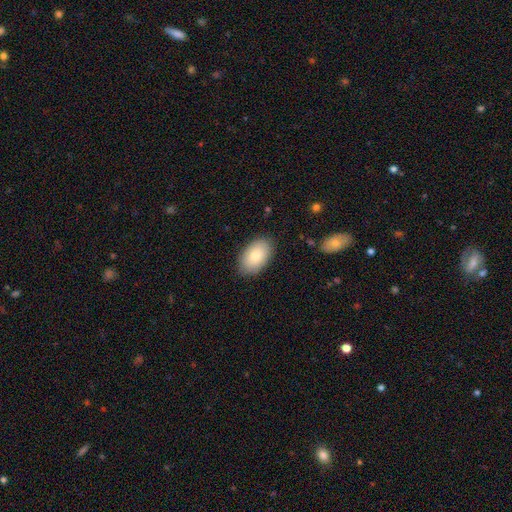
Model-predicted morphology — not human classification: Smooth or featured? smooth (81%)
How rounded? in between (93%)
Merging? none (87%)